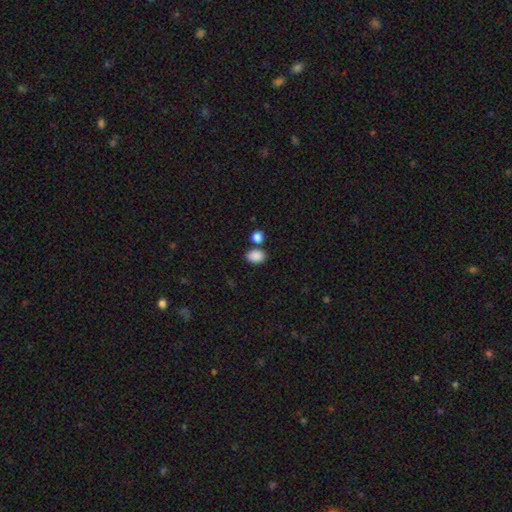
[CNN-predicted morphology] A smooth galaxy with no disk features (87%) that is in between round and cigar-shaped (74%). Merging: none (71%).